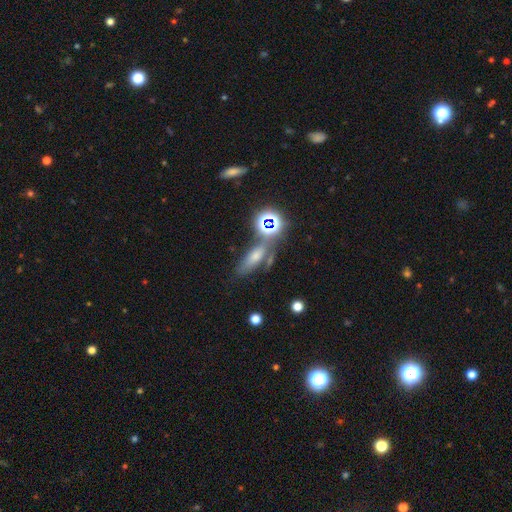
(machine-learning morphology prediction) smooth 40%, star or artifact 37%, featured or disk 23%. Down the decision tree: merging — none (58%).